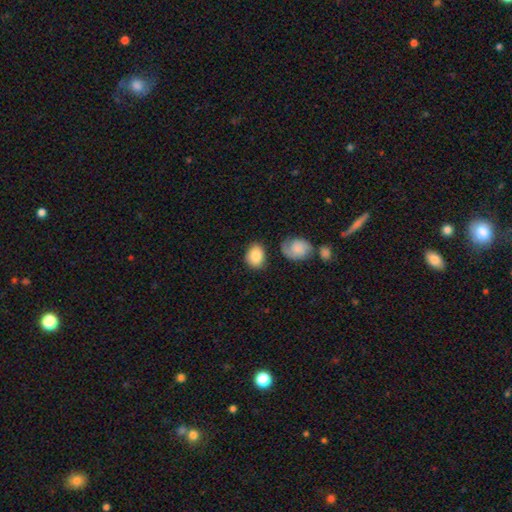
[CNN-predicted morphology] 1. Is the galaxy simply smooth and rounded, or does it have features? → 82% smooth, 11% featured or disk, 7% star or artifact.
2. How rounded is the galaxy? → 61% in between, 38% round, 1% cigar-shaped.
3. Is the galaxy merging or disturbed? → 71% none, 18% minor disturbance, 6% merger, 6% major disturbance.